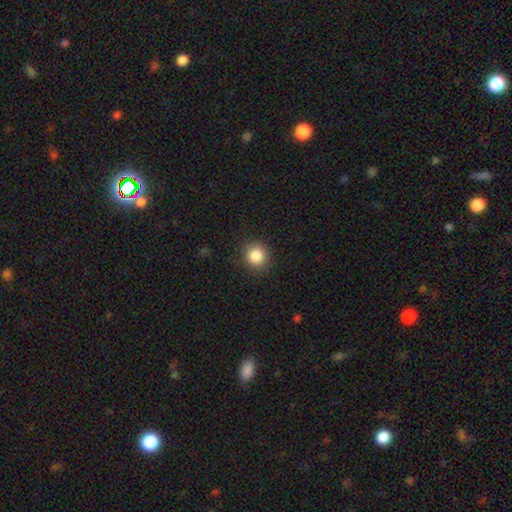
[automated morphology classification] Smooth or featured? smooth (85%)
How rounded? round (91%)
Merging? none (89%)